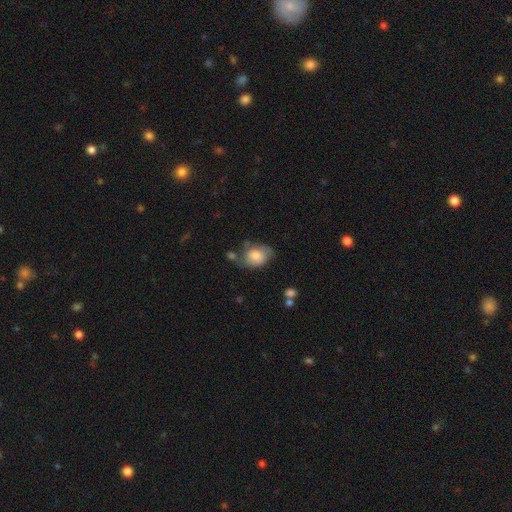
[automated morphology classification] type=smooth (71%); roundness=in between (66%); merging=none (46%).